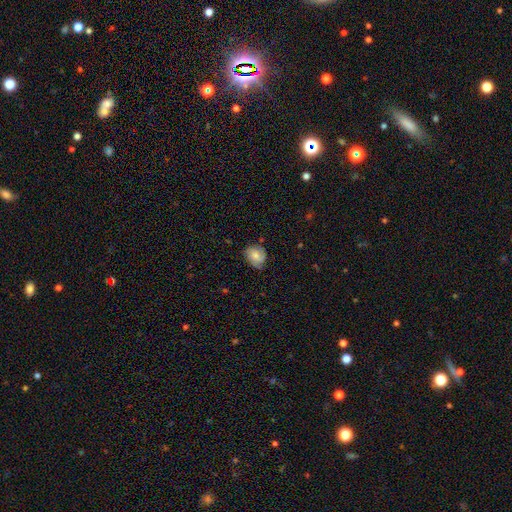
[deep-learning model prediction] Overall: smooth (62%; featured or disk 30%). How rounded: round (65%; in between 34%). Merging: none (68%).